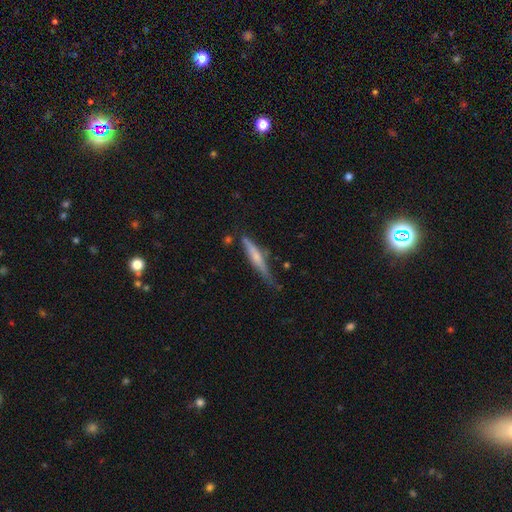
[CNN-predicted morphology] smooth_or_featured: featured or disk (p=0.47) [tied with: smooth p=0.47]
merging: none (p=0.57) [alt: minor disturbance p=0.29]